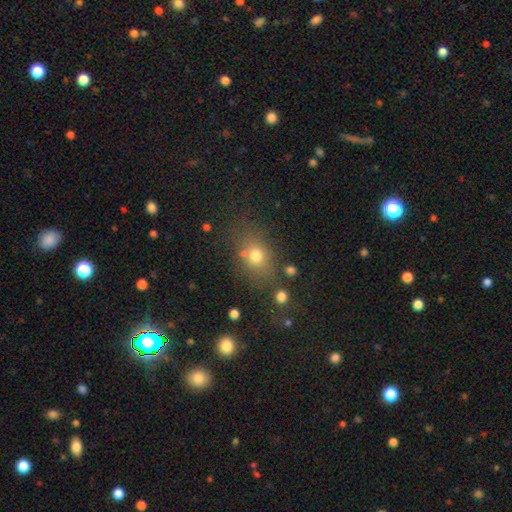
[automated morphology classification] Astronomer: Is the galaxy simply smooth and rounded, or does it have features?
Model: smooth — 73%.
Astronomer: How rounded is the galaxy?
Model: in between — 53% (runner-up: round, 45%).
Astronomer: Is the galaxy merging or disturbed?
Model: none — 69%.